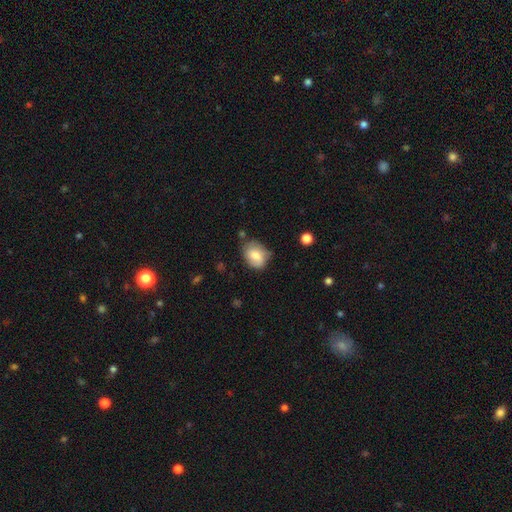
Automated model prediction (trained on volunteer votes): A smooth galaxy with no disk features (73%) that is in between round and cigar-shaped (67%). Merging: none (59%).